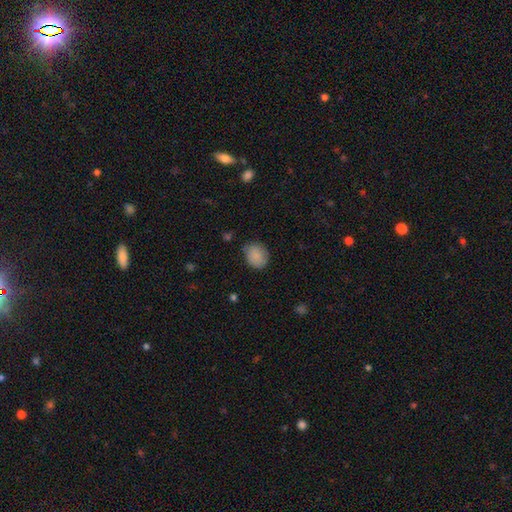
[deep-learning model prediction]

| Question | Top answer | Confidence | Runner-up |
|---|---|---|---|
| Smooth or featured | smooth | 86% | star or artifact (8%) |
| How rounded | round | 51% | in between (48%) |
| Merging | none | 75% | minor disturbance (20%) |